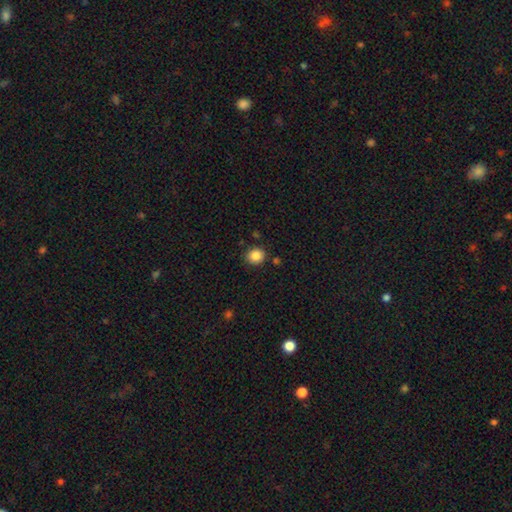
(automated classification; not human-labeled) Smooth or featured? smooth (86%)
How rounded? round (79%)
Merging? none (86%)